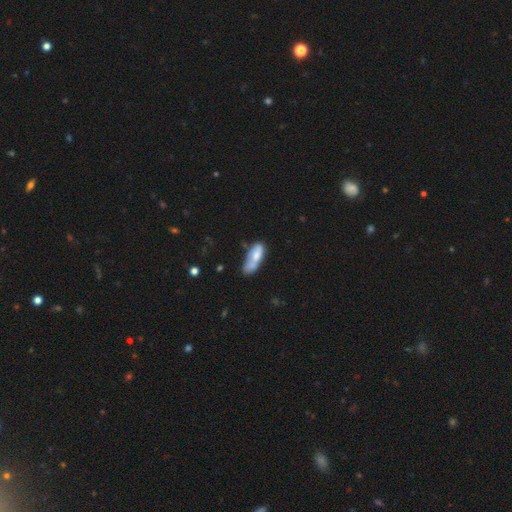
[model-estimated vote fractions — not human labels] The model was most divided on "merging": none: 34%, minor disturbance: 28%, merger: 23%, major disturbance: 15%. More confident: how rounded — in between (69%); smooth or featured — smooth (68%).